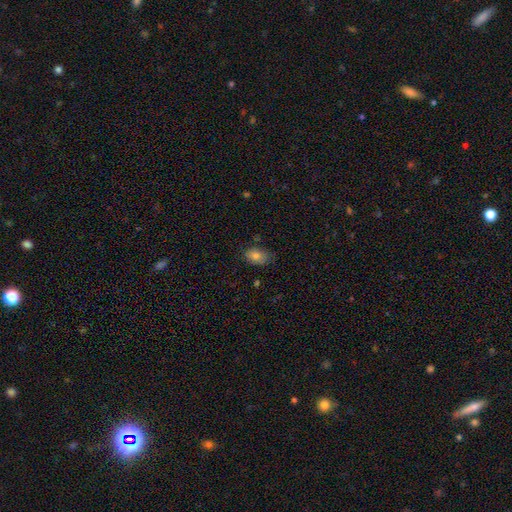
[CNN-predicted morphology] Q: Smooth or featured?
A: smooth (80%); runner-up: star or artifact (10%)
Q: How rounded?
A: in between (81%); runner-up: round (17%)
Q: Merging?
A: none (74%); runner-up: minor disturbance (21%)